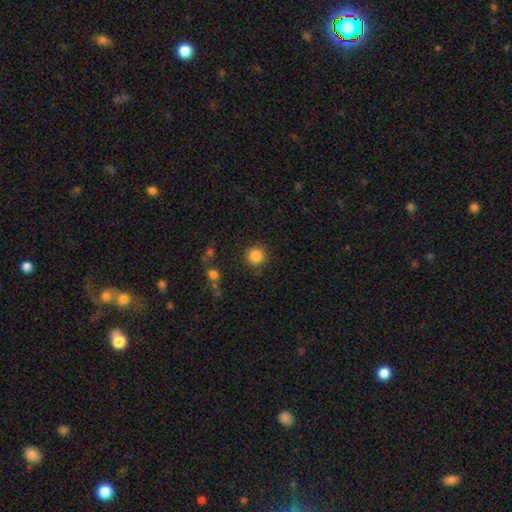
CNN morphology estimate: Smooth or featured: smooth — 86% (star or artifact — 10%)
How rounded: round — 94% (in between — 5%)
Merging: none — 88% (minor disturbance — 7%)